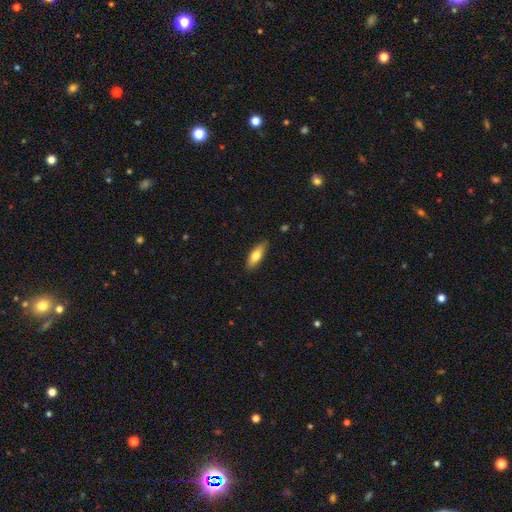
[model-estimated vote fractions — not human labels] Smooth or featured? Predicted: smooth (p=0.70). How rounded? Predicted: in between (p=0.63). Merging? Predicted: none (p=0.86).